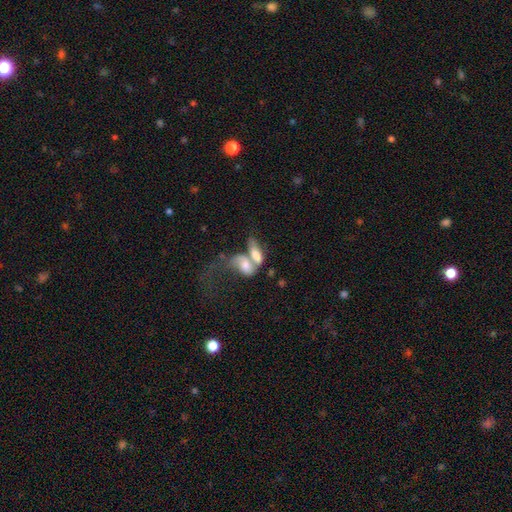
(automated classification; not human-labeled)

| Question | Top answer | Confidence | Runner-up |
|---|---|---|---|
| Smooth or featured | smooth | 59% | featured or disk (33%) |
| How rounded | in between | 79% | cigar-shaped (15%) |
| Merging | merger | 75% | major disturbance (10%) |